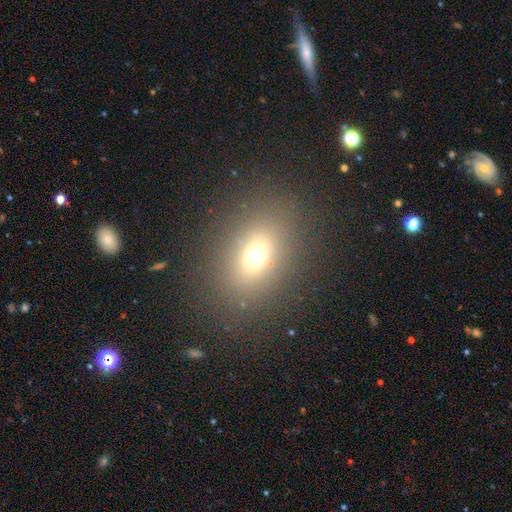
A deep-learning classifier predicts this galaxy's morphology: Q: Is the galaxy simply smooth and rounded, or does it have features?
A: smooth — 67%.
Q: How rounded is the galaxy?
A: in between — 65%.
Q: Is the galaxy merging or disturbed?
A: none — 85%.